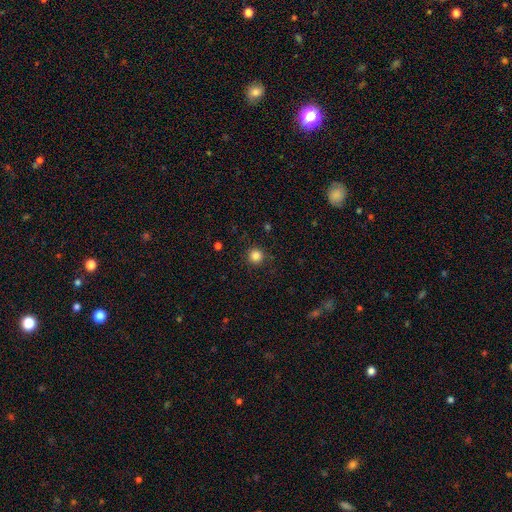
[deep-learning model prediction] The model was most divided on "smooth or featured": smooth: 84%, star or artifact: 12%, featured or disk: 4%. More confident: how rounded — round (95%); merging — none (90%).